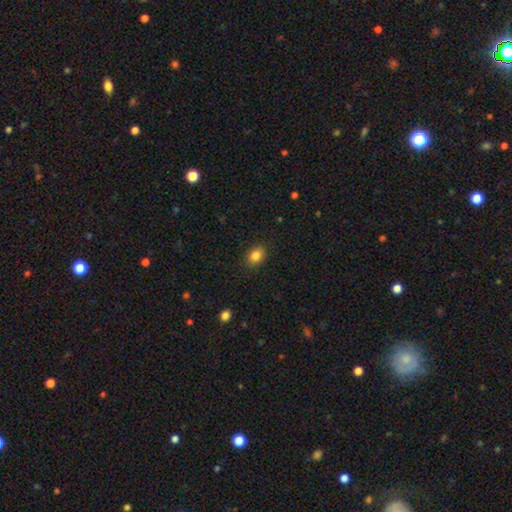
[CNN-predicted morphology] Smooth or featured? smooth (85%)
How rounded? in between (67%)
Merging? none (88%)